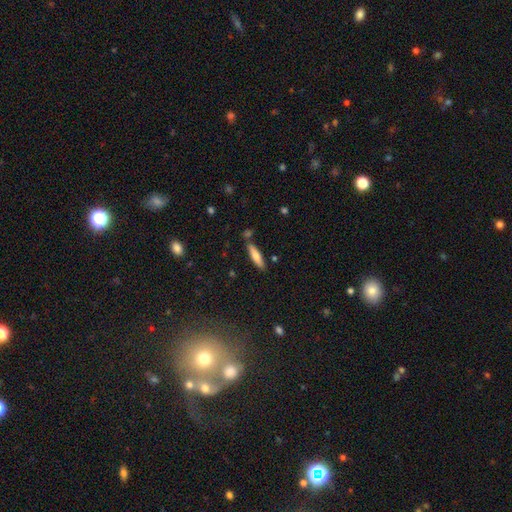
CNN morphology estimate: Smooth or featured: smooth — 69% (featured or disk — 25%)
How rounded: cigar-shaped — 75% (in between — 24%)
Merging: none — 80% (minor disturbance — 11%)